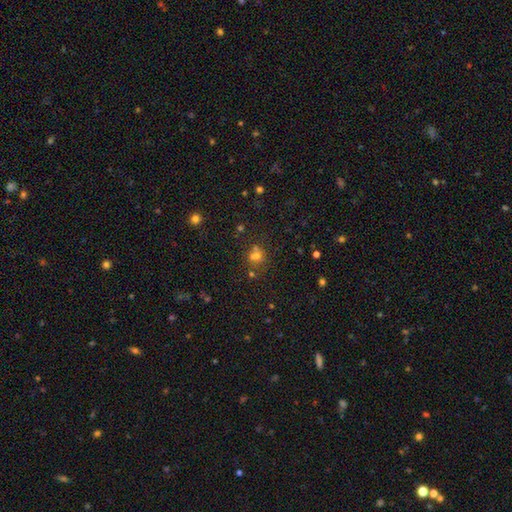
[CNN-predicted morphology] Smooth or featured? Predicted: smooth (p=0.54). How rounded? Predicted: round (p=0.82). Merging? Predicted: none (p=0.53).